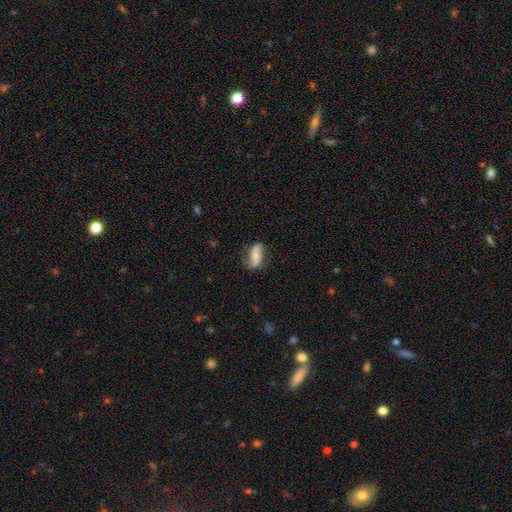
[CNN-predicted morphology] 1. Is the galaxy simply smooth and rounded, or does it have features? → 51% featured or disk, 41% smooth, 8% star or artifact.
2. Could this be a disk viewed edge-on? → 92% no, 8% yes.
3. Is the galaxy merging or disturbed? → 66% none, 23% minor disturbance, 9% major disturbance, 2% merger.